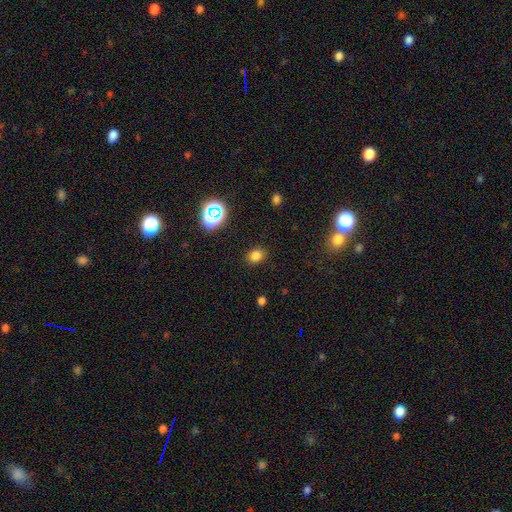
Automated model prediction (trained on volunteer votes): This is likely a smooth galaxy (78%). How rounded: possibly round (60%). Merging: clearly none (87%).